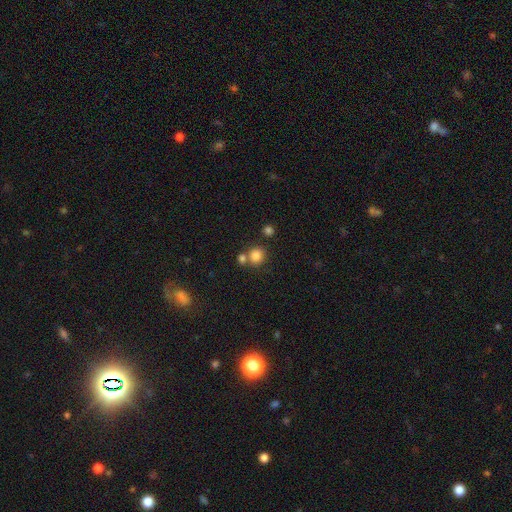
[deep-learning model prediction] Overall: smooth (83%). How rounded: round (85%). Merging: none (62%; merger 26%).